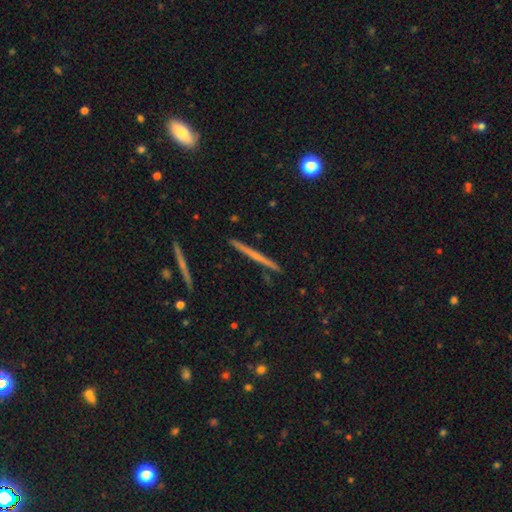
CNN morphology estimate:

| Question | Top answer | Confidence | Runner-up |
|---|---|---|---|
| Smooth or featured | featured or disk | 59% | smooth (32%) |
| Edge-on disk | yes | 98% | no (2%) |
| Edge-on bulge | none | 83% | rounded (13%) |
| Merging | none | 92% | minor disturbance (6%) |